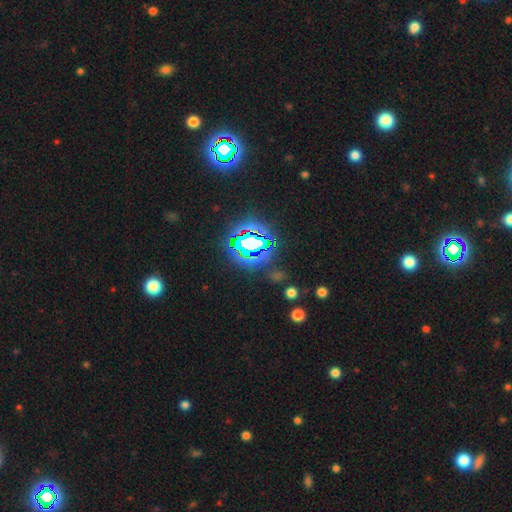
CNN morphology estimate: Smooth or featured? Predicted: star or artifact (p=0.84).